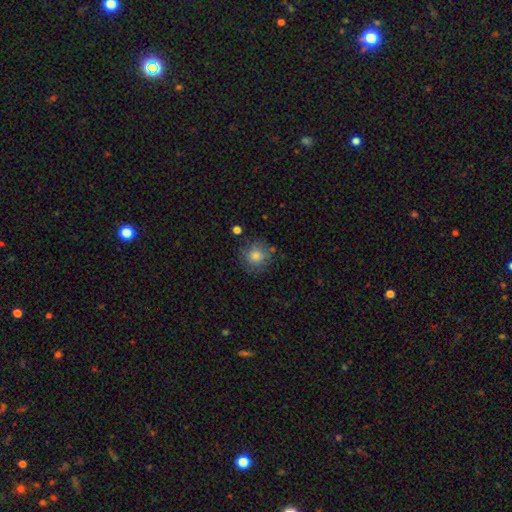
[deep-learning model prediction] This is clearly a smooth galaxy (82%). How rounded: clearly round (92%). Merging: clearly none (81%).